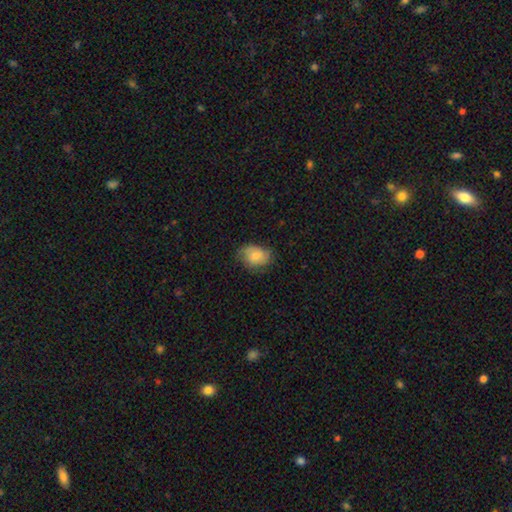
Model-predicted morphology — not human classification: This appears to be a smooth galaxy with no disk features (70%) that is in between round and cigar-shaped (71%). Merging: none (70%).